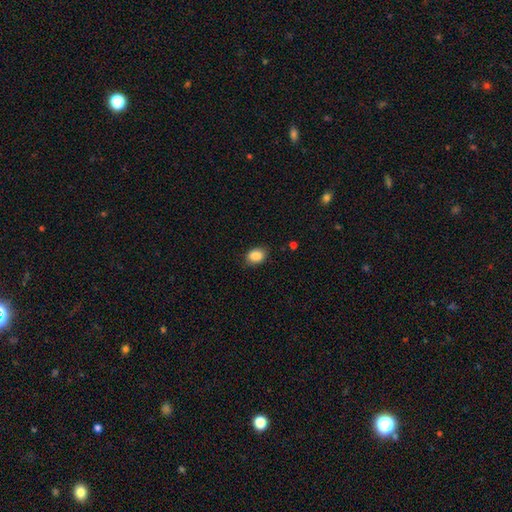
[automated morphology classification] This appears to be a smooth galaxy with no disk features (88%) that is in between round and cigar-shaped (70%). Merging: none (82%).